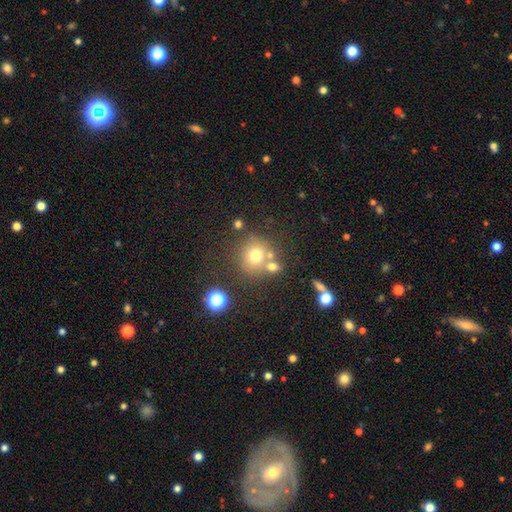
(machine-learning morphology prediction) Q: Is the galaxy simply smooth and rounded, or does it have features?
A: smooth — 70%.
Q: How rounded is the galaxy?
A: round — 87%.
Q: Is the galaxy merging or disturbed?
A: none — 61%.